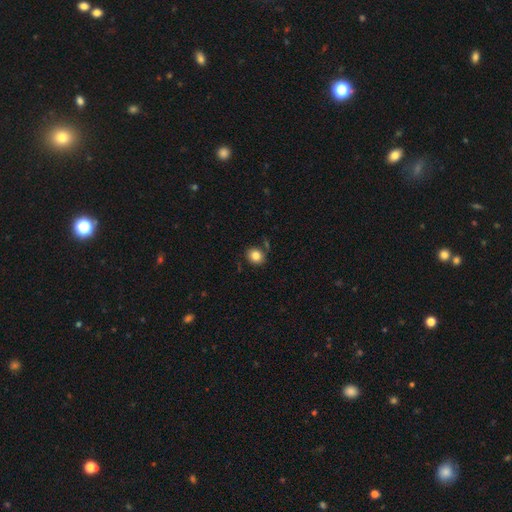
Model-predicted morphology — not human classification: A smooth galaxy with no disk features (82%) that is round (75%).

Vote fractions:
- Smooth or featured? smooth: 82% / star or artifact: 10% / featured or disk: 7%
- How rounded? round: 75% / in between: 24% / cigar-shaped: 1%
- Merging? none: 80% / minor disturbance: 12% / merger: 6% / major disturbance: 3%